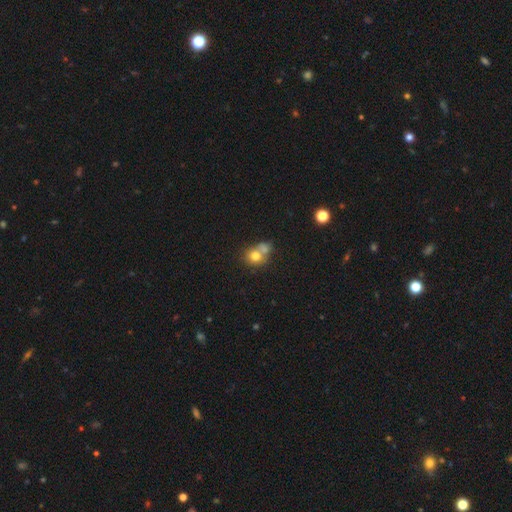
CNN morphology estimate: Smooth or featured: smooth — 74% (featured or disk — 14%)
How rounded: round — 73% (in between — 26%)
Merging: merger — 52% (none — 34%)